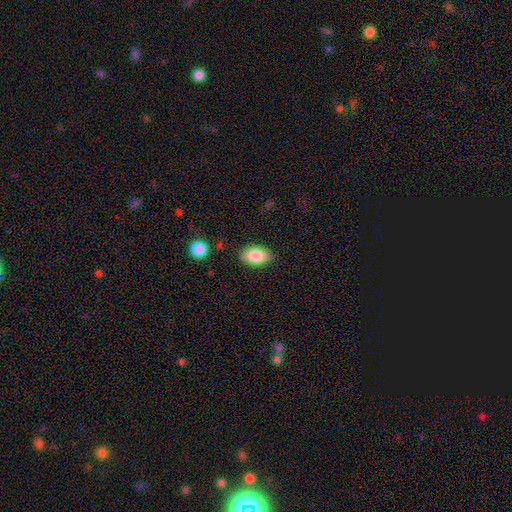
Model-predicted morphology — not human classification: smooth 85%, featured or disk 8%, star or artifact 7%. Down the decision tree: how rounded — in between (91%); merging — none (84%).